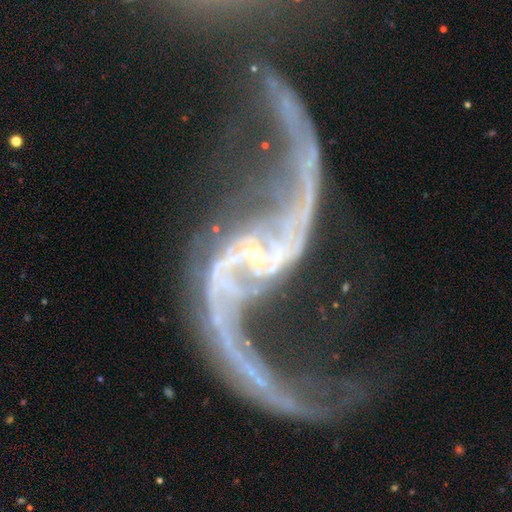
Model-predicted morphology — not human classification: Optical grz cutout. It shows a featured or disk galaxy (92%) with no bar (43%), 2 (93%) loose (91%) spiral arms (97%) and a small central bulge (80%). Merging: none (39%).